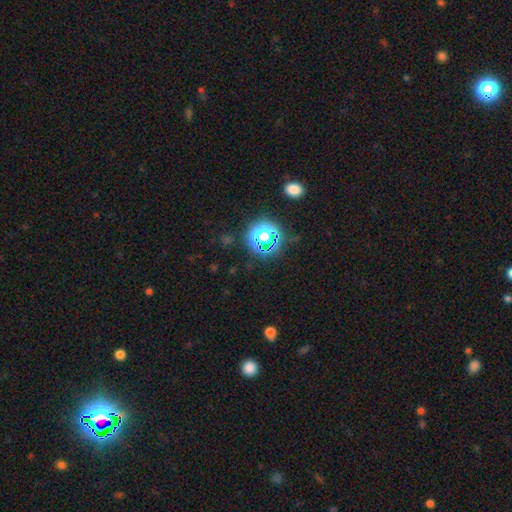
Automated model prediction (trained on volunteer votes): This appears to be a star or artifact, not a galaxy (74%).